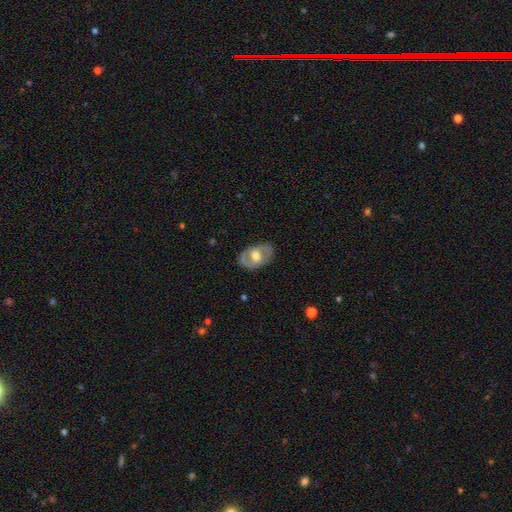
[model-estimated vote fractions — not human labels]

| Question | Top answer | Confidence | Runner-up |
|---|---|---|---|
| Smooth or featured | featured or disk | 57% | smooth (38%) |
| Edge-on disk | no | 91% | yes (9%) |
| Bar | no | 57% | weak (32%) |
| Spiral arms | no | 63% | yes (37%) |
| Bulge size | moderate | 63% | large (27%) |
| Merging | none | 79% | minor disturbance (15%) |